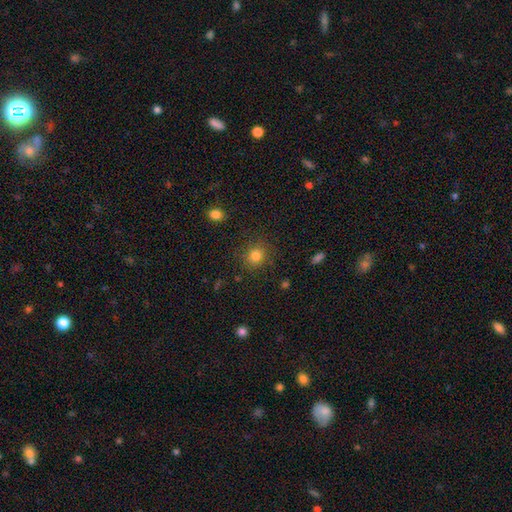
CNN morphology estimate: This appears to be a smooth galaxy with no disk features (81%) that is round (83%). Merging: none (84%).